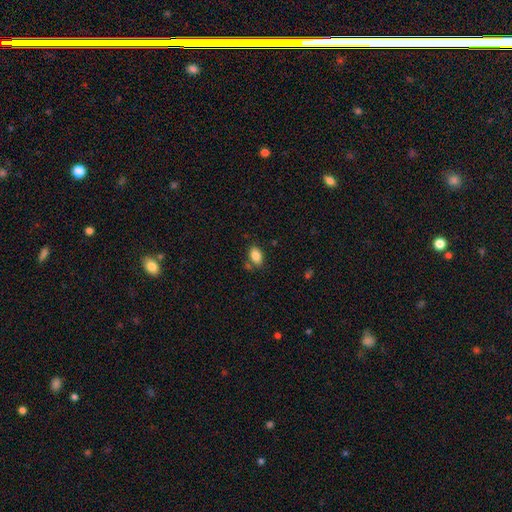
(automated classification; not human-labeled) smooth 86%, star or artifact 8%, featured or disk 6%. Down the decision tree: how rounded — in between (89%); merging — none (72%).